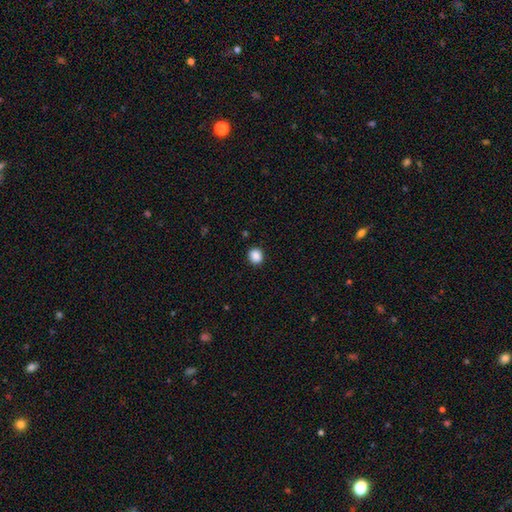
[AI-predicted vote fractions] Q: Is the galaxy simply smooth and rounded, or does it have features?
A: smooth — 88%.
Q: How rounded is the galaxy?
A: round — 82%.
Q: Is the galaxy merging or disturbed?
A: none — 91%.